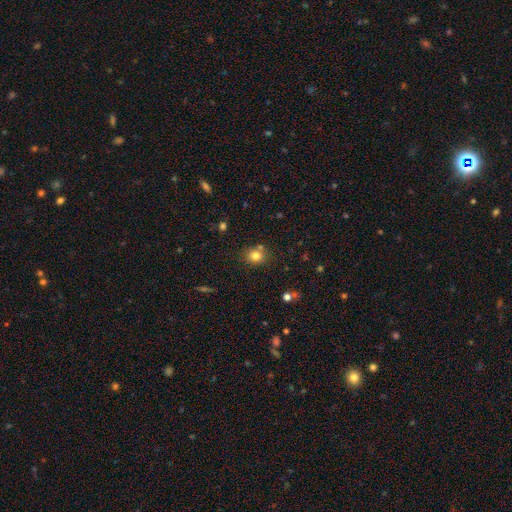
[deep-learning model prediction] The model was most divided on "how rounded": round: 75%, in between: 24%, cigar-shaped: 1%. More confident: smooth or featured — smooth (79%); merging — none (73%).